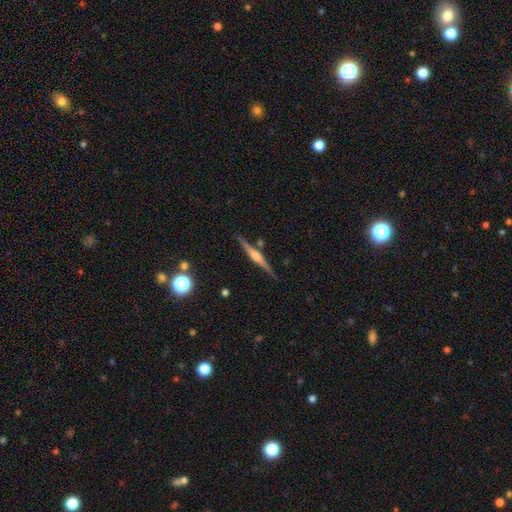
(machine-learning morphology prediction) A featured or disk galaxy (74%) viewed edge-on (98%) with a rounded central bulge (69%).

Vote fractions:
- Smooth or featured? featured or disk: 74% / smooth: 20% / star or artifact: 6%
- Edge-on disk? yes: 98% / no: 2%
- Edge-on bulge? rounded: 69% / boxy: 23% / none: 8%
- Merging? none: 85% / minor disturbance: 9% / merger: 4% / major disturbance: 2%